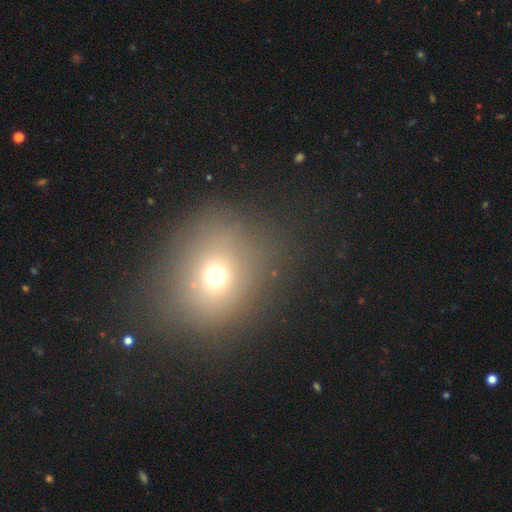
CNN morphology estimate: Overall: smooth (61%; star or artifact 26%). How rounded: round (73%). Merging: none (82%).